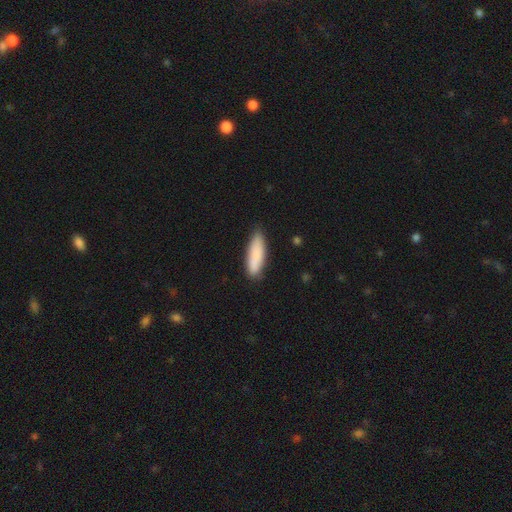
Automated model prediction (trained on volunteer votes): Smooth or featured? smooth (85%)
How rounded? cigar-shaped (53%)
Merging? none (78%)